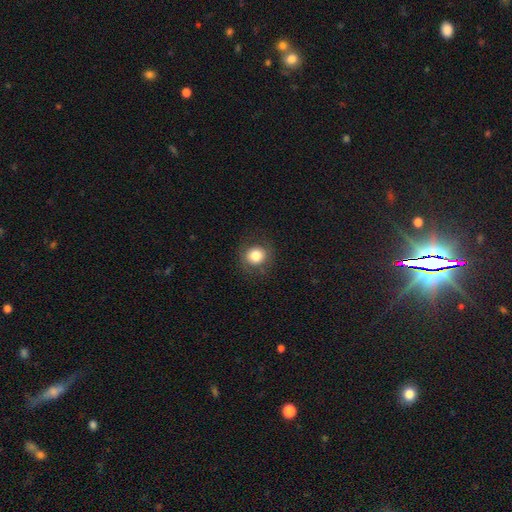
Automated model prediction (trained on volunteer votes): Morphology: type=smooth (79%); roundness=round (87%); merging=none (84%).